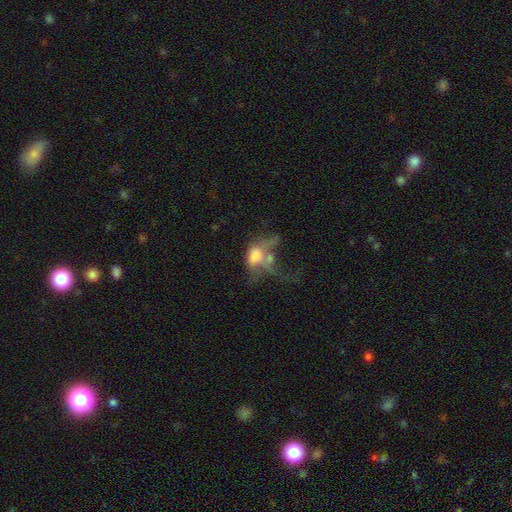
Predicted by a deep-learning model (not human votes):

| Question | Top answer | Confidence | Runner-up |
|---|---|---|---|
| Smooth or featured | smooth | 47% | featured or disk (40%) |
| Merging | major disturbance | 41% | merger (38%) |